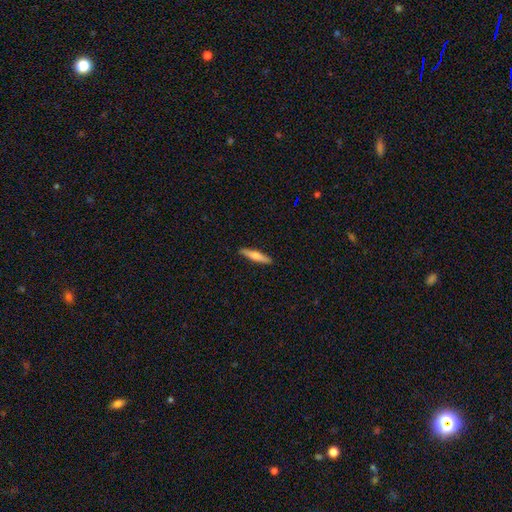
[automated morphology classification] A smooth galaxy with no disk features (61%) that is cigar-shaped (87%). Merging: none (91%).